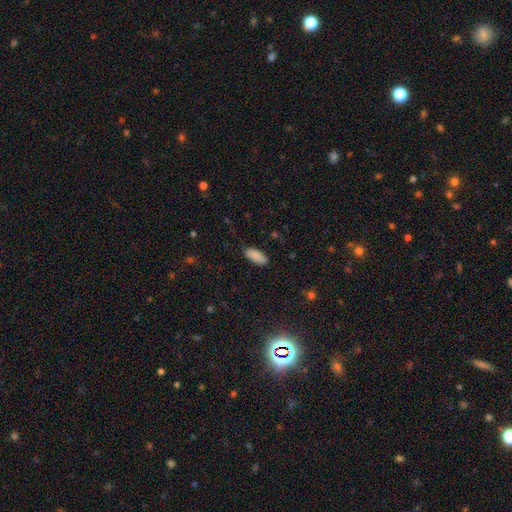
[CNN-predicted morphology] smooth_or_featured: smooth (p=0.89) [alt: star or artifact p=0.07]
how_rounded: in between (p=0.87) [alt: cigar-shaped p=0.11]
merging: none (p=0.85) [alt: minor disturbance p=0.12]